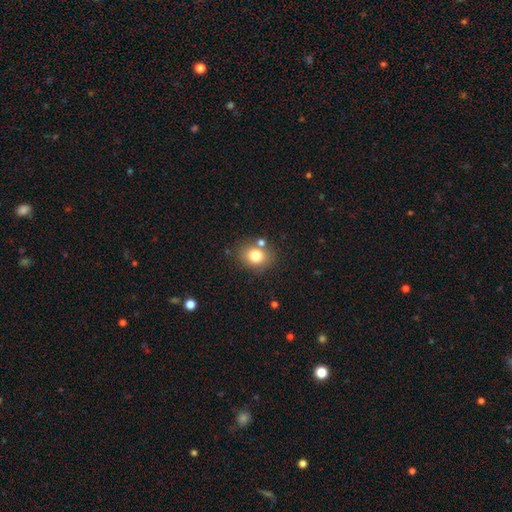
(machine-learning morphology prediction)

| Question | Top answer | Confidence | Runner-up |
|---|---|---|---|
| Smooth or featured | smooth | 78% | star or artifact (11%) |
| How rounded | round | 59% | in between (40%) |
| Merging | none | 73% | minor disturbance (12%) |